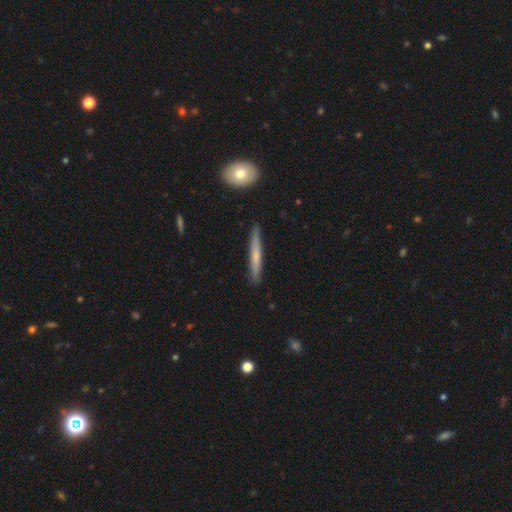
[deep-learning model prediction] Q: Smooth or featured?
A: smooth (54%); runner-up: featured or disk (41%)
Q: How rounded?
A: cigar-shaped (95%); runner-up: in between (3%)
Q: Merging?
A: none (88%); runner-up: minor disturbance (9%)